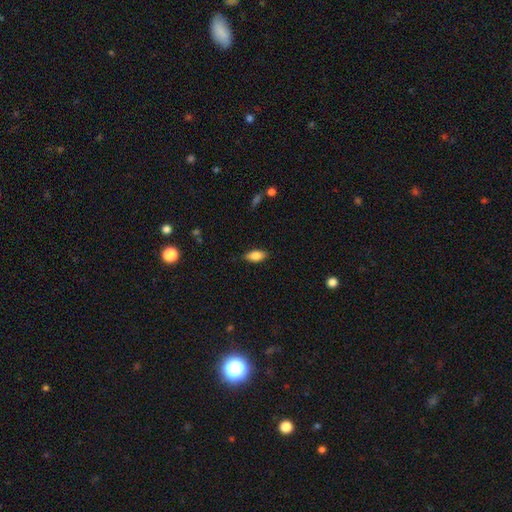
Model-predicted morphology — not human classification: Smooth or featured? Predicted: smooth (p=0.82). How rounded? Predicted: in between (p=0.88). Merging? Predicted: none (p=0.85).